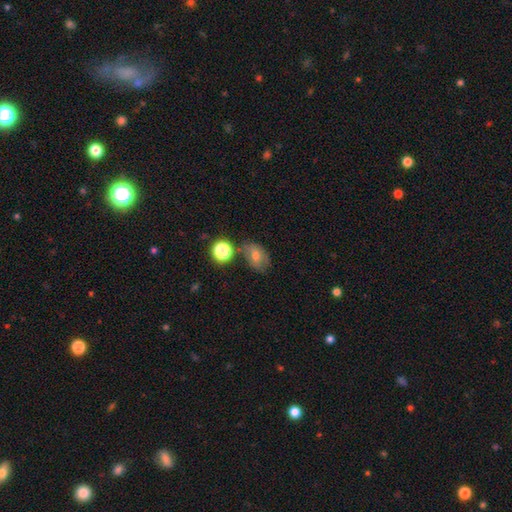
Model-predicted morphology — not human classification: A smooth galaxy with no disk features (70%) that is in between round and cigar-shaped (73%).

Vote fractions:
- Smooth or featured? smooth: 70% / featured or disk: 18% / star or artifact: 12%
- How rounded? in between: 73% / round: 26% / cigar-shaped: 1%
- Merging? none: 54% / minor disturbance: 25% / merger: 12% / major disturbance: 9%